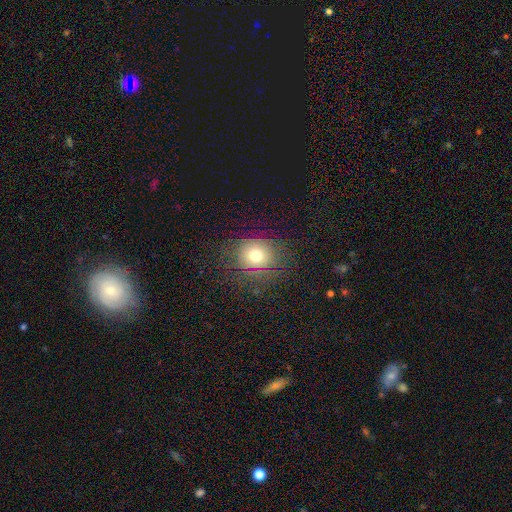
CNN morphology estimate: This is likely a smooth galaxy (71%). How rounded: likely round (79%). Merging: likely none (79%).